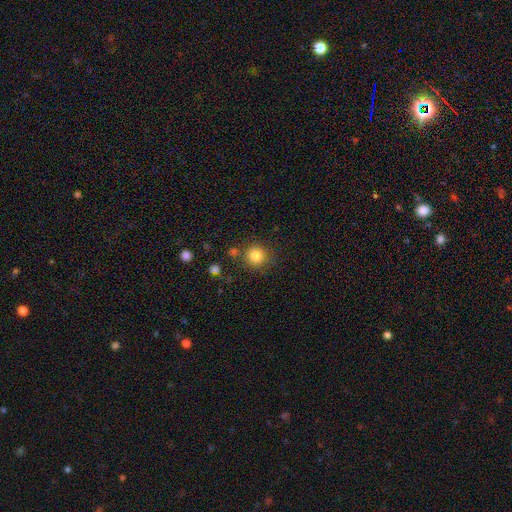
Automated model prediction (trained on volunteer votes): smooth-or-featured: smooth: 84% | star or artifact: 11% | featured or disk: 5%
  how-rounded: round: 92% | in between: 7% | cigar-shaped: 1%
  merging: none: 82% | minor disturbance: 9% | merger: 5% | major disturbance: 4%